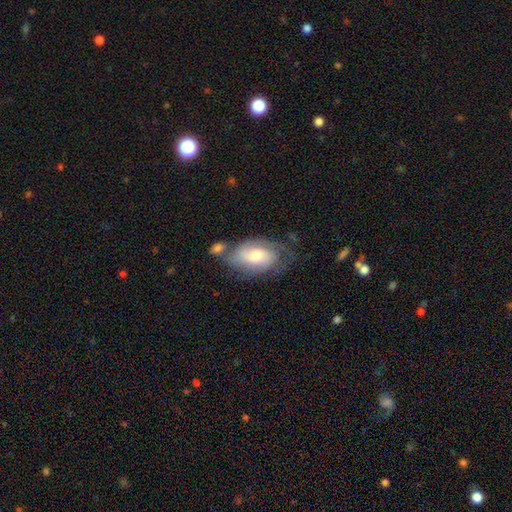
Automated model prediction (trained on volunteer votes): A featured or disk galaxy (57%) with no bar (63%), spiral arms (81%) and a moderate central bulge (57%).

Vote fractions:
- Smooth or featured? featured or disk: 57% / smooth: 36% / star or artifact: 7%
- Edge-on disk? no: 94% / yes: 6%
- Bar? no: 63% / weak: 31% / strong: 6%
- Spiral arms? yes: 81% / no: 19%
- Bulge size? moderate: 57% / small: 26% / large: 13% / none: 2% / dominant: 2%
- Merging? none: 47% / minor disturbance: 25% / major disturbance: 14% / merger: 13%